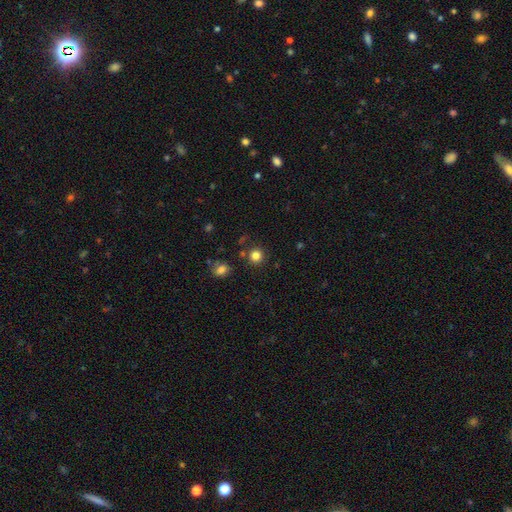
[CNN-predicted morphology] Overall: smooth (82%). How rounded: round (93%). Merging: none (85%).